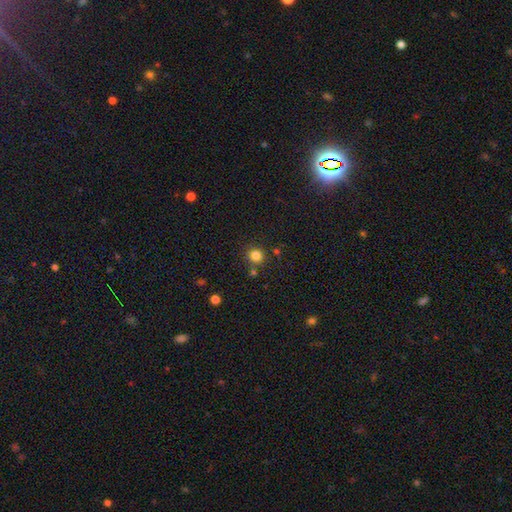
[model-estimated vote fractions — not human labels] smooth 81%, star or artifact 14%, featured or disk 6%. Down the decision tree: how rounded — round (90%); merging — none (78%).